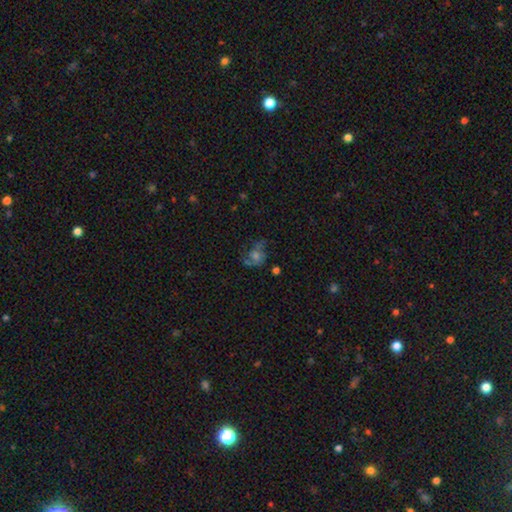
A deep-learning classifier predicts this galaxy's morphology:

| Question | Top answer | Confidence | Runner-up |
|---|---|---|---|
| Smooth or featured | featured or disk | 56% | smooth (24%) |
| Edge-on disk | no | 96% | yes (4%) |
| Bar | no | 76% | weak (20%) |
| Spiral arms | yes | 80% | no (20%) |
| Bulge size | moderate | 51% | small (31%) |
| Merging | none | 56% | major disturbance (20%) |